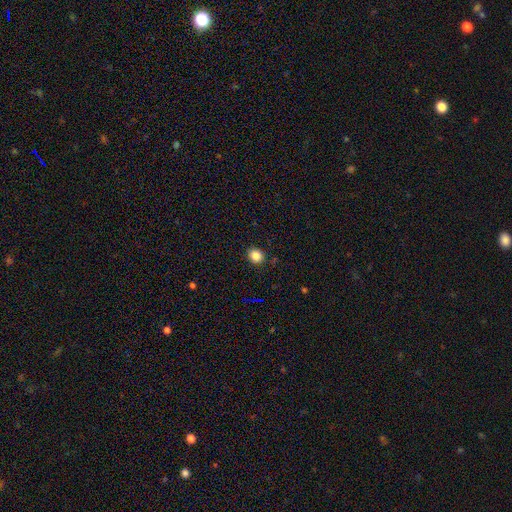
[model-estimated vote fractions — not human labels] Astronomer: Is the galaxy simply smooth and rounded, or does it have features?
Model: smooth — 83%.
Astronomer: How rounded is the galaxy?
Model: round — 74%.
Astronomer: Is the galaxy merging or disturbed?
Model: none — 88%.